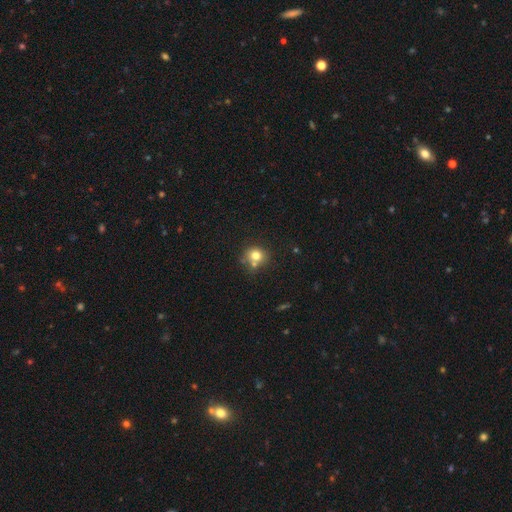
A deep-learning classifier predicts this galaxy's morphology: Smooth or featured?
  - smooth: 76% *
  - star or artifact: 13%
  - featured or disk: 12%
How rounded?
  - round: 81% *
  - in between: 18%
  - cigar-shaped: 1%
Merging?
  - none: 59% *
  - merger: 25%
  - minor disturbance: 12%
  - major disturbance: 4%